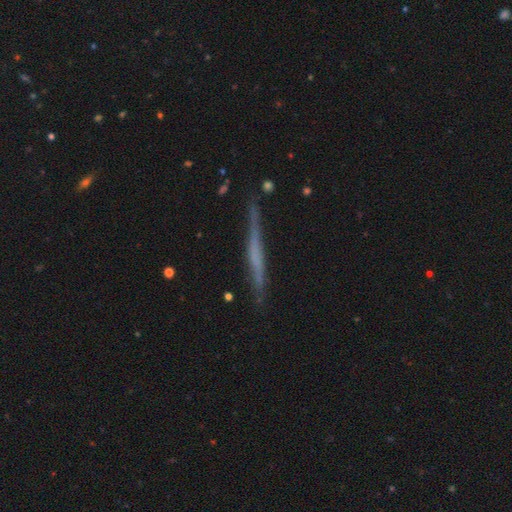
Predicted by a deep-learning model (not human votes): Morphology: type=featured or disk (61%); edge-on=yes (95%); edge-on bulge=none (76%); merging=none (79%).